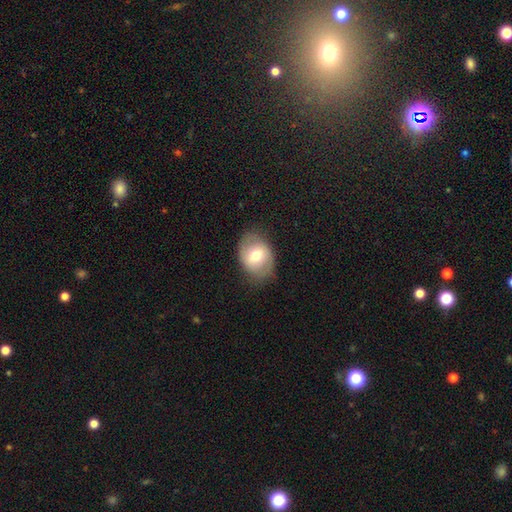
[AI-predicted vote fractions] Morphology: type=smooth (60%); roundness=in between (66%); merging=none (74%).